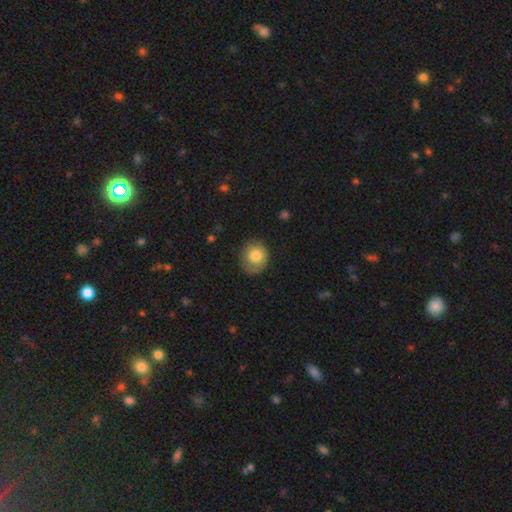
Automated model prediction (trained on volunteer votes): This is likely a smooth galaxy (79%). How rounded: likely round (78%). Merging: likely none (74%).